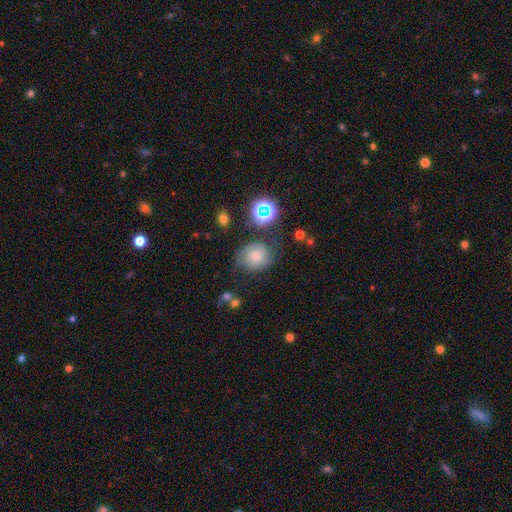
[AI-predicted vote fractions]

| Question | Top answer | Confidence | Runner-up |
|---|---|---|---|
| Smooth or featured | smooth | 38% | featured or disk (37%) |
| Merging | none | 65% | minor disturbance (20%) |